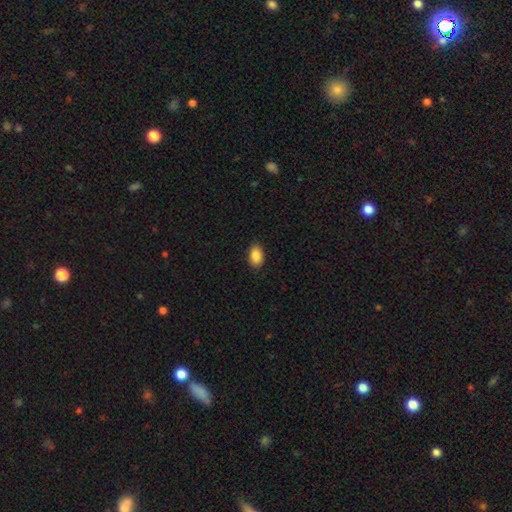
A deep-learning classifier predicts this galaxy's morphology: smooth-or-featured: smooth: 88% | star or artifact: 7% | featured or disk: 4%
  how-rounded: in between: 89% | round: 9% | cigar-shaped: 1%
  merging: none: 89% | minor disturbance: 8% | major disturbance: 2% | merger: 1%